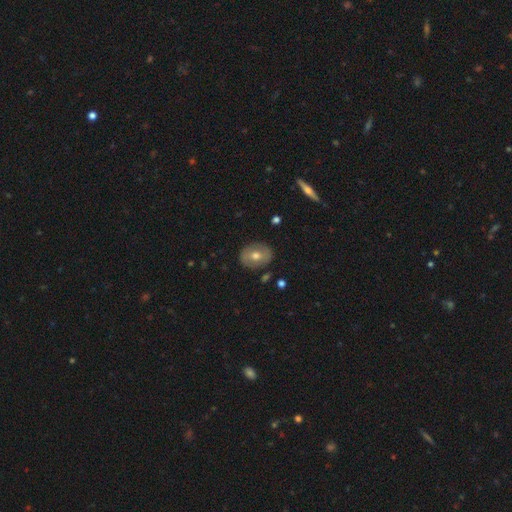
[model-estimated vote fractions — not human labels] smooth-or-featured: smooth: 54% | featured or disk: 38% | star or artifact: 7%
  how-rounded: in between: 54% | round: 45% | cigar-shaped: 1%
  merging: none: 84% | minor disturbance: 12% | major disturbance: 3% | merger: 2%